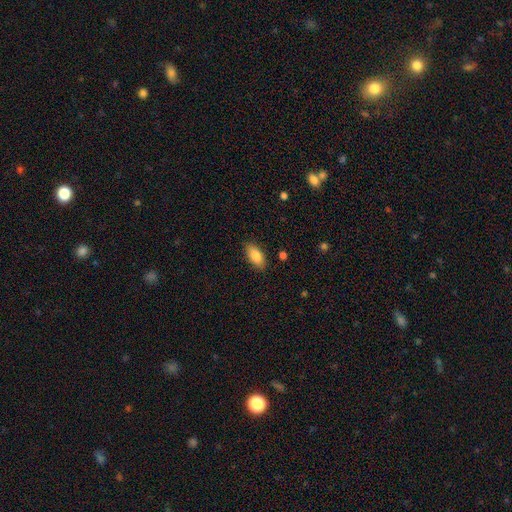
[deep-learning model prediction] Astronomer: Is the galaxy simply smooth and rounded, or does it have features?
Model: smooth — 85%.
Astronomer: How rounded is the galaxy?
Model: in between — 91%.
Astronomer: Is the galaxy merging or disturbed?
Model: none — 87%.